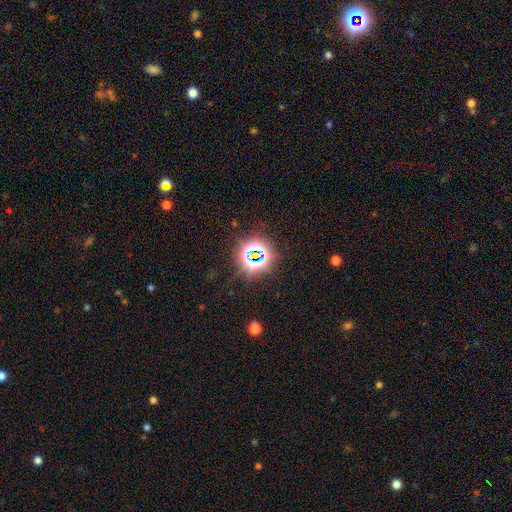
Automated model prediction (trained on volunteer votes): A star or artifact, not a galaxy (78%).